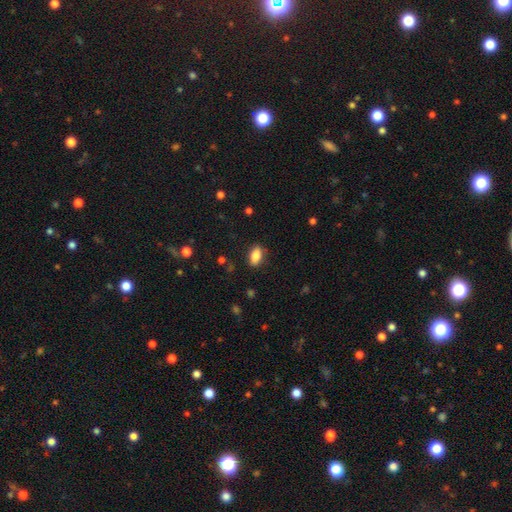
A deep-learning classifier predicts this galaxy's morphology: type=smooth (86%); roundness=in between (91%); merging=none (86%).